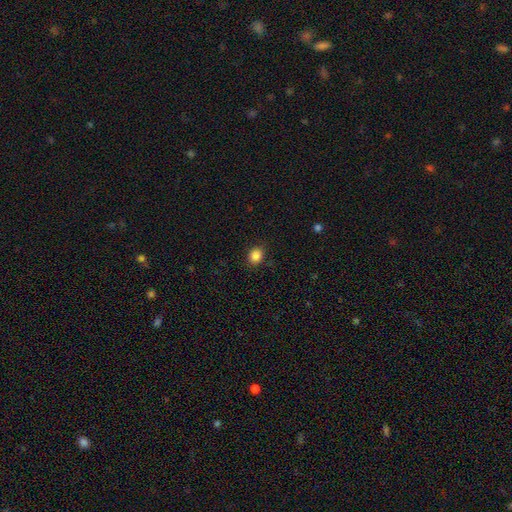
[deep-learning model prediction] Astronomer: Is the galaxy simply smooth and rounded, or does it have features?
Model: smooth — 86%.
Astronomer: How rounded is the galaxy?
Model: round — 57% (runner-up: in between, 42%).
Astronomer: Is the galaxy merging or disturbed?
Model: none — 88%.